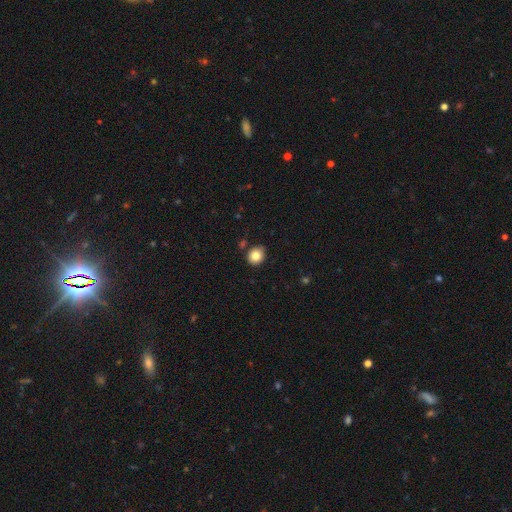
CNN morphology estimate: This is clearly a smooth galaxy (82%). How rounded: likely round (78%). Merging: clearly none (82%).